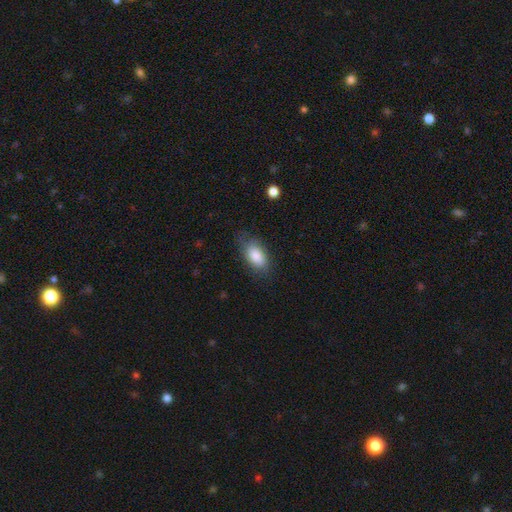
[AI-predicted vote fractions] A smooth galaxy with no disk features (84%) that is in between round and cigar-shaped (92%).

Vote fractions:
- Smooth or featured? smooth: 84% / featured or disk: 10% / star or artifact: 6%
- How rounded? in between: 92% / round: 5% / cigar-shaped: 3%
- Merging? none: 71% / minor disturbance: 21% / major disturbance: 7% / merger: 1%